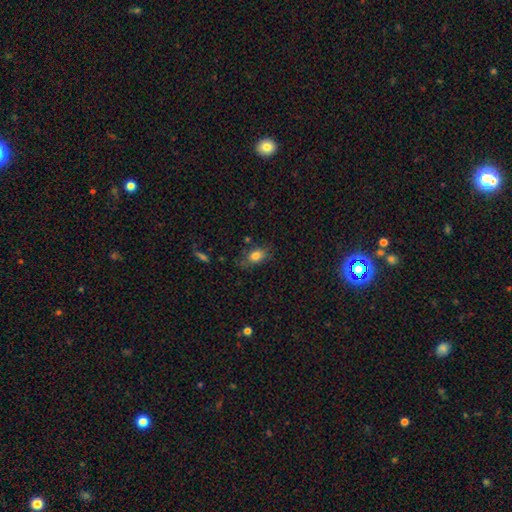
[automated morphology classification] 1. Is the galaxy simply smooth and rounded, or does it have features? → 80% smooth, 10% star or artifact, 10% featured or disk.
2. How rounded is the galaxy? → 79% in between, 18% round, 3% cigar-shaped.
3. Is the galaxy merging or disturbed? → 69% none, 22% minor disturbance, 7% major disturbance, 3% merger.